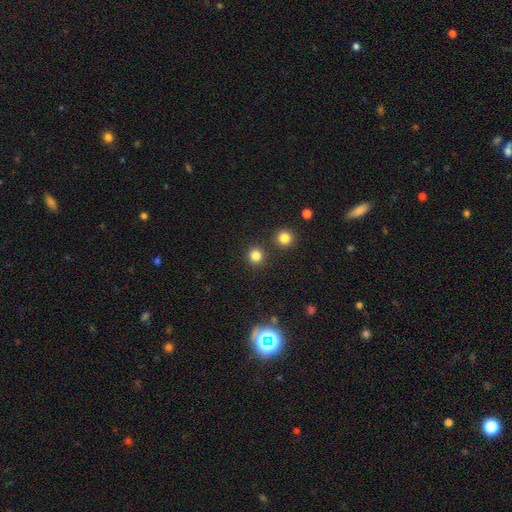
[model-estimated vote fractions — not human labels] A smooth galaxy with no disk features (81%) that is round (93%). Merging: none (89%).